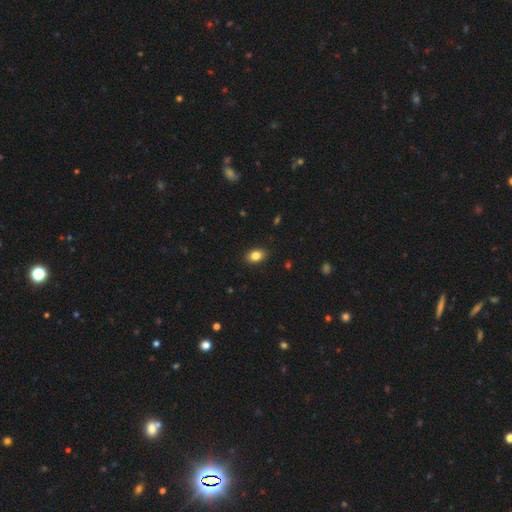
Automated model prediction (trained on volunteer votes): smooth_or_featured: smooth (p=0.84) [alt: star or artifact p=0.09]
how_rounded: in between (p=0.81) [alt: round p=0.18]
merging: none (p=0.89) [alt: minor disturbance p=0.08]